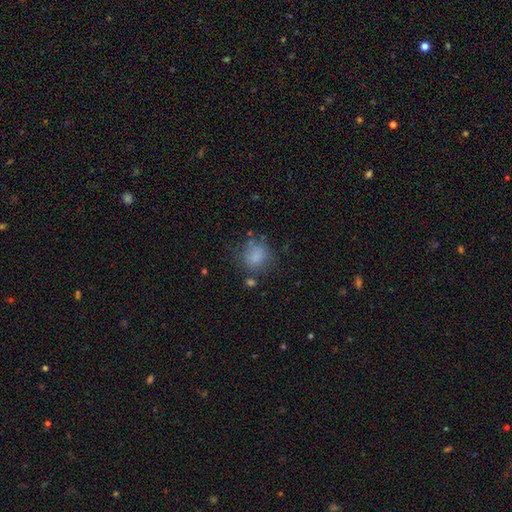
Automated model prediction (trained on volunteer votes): This is likely a smooth galaxy (78%). How rounded: likely round (71%). Merging: likely none (61%).